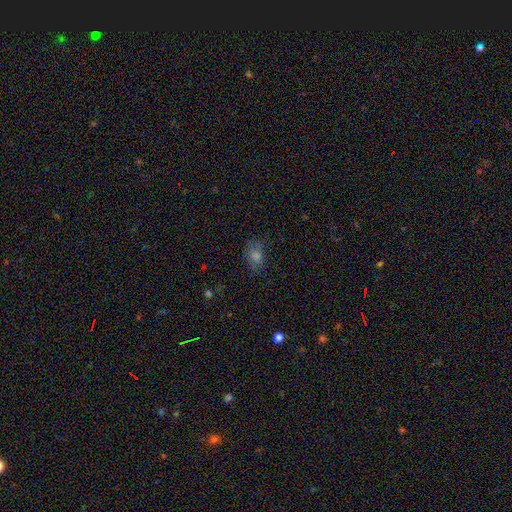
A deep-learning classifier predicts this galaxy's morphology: smooth 66%, star or artifact 22%, featured or disk 12%. Down the decision tree: how rounded — in between (64%); merging — none (72%).